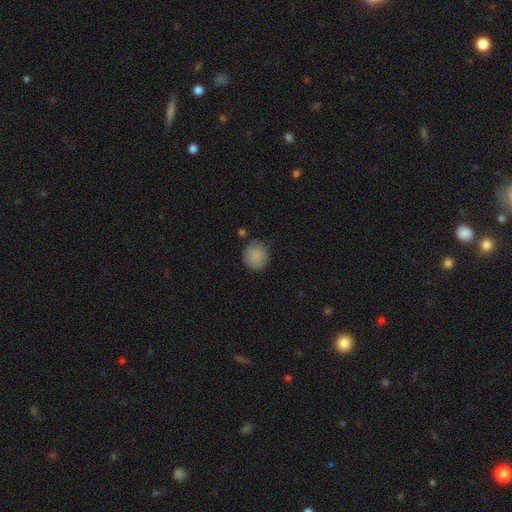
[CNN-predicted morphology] Q: Smooth or featured?
A: smooth (87%); runner-up: star or artifact (8%)
Q: How rounded?
A: round (79%); runner-up: in between (20%)
Q: Merging?
A: none (79%); runner-up: minor disturbance (15%)